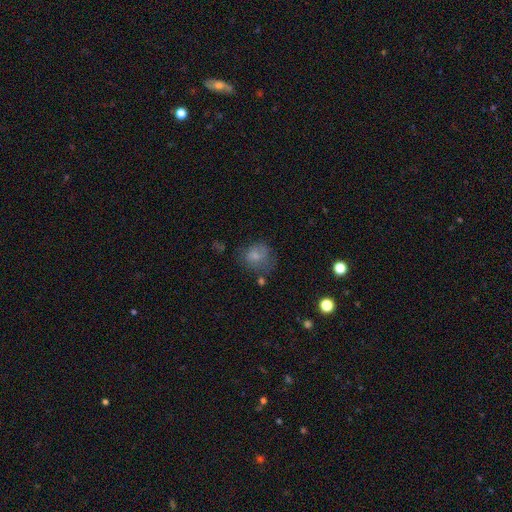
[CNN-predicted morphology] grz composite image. It shows a smooth galaxy with no disk features (65%) that is round (64%). Merging: none (43%).